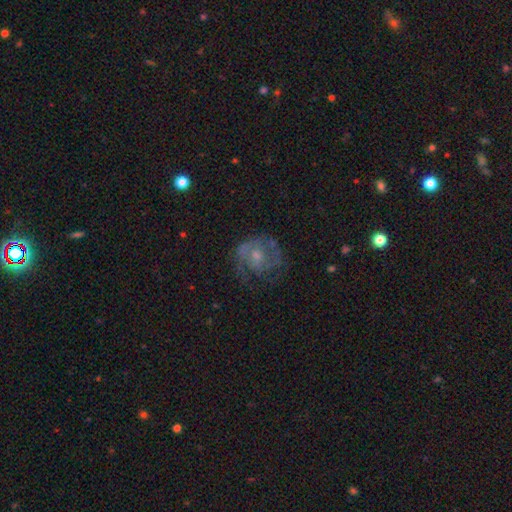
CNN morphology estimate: smooth-or-featured: featured or disk: 66% | smooth: 25% | star or artifact: 9%
  disk-edge-on: no: 97% | yes: 3%
    bar: no: 71% | weak: 25% | strong: 4%
    has-spiral-arms: yes: 73% | no: 27%
    bulge-size: moderate: 46% | small: 43% | none: 6% | large: 4% | dominant: 1%
  merging: none: 55% | minor disturbance: 22% | major disturbance: 22% | merger: 2%